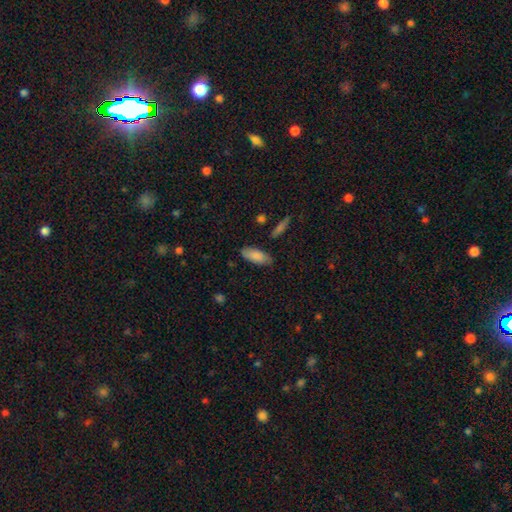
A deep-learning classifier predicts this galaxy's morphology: smooth 83%, featured or disk 11%, star or artifact 6%. Down the decision tree: how rounded — in between (85%); merging — none (79%).